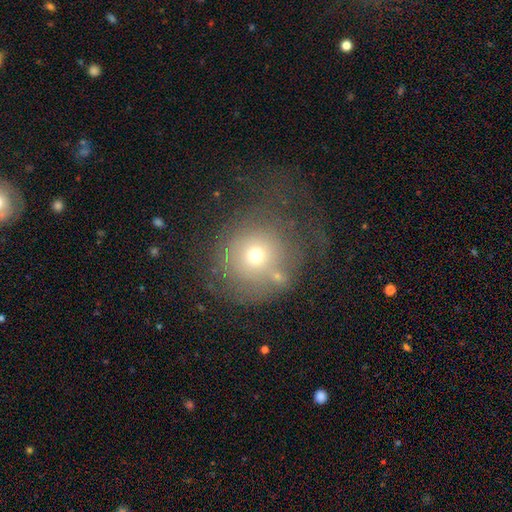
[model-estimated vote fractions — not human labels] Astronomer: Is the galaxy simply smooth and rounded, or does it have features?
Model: smooth — 59%.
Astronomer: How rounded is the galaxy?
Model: round — 90%.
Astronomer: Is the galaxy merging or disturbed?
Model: none — 47% (runner-up: major disturbance, 28%).